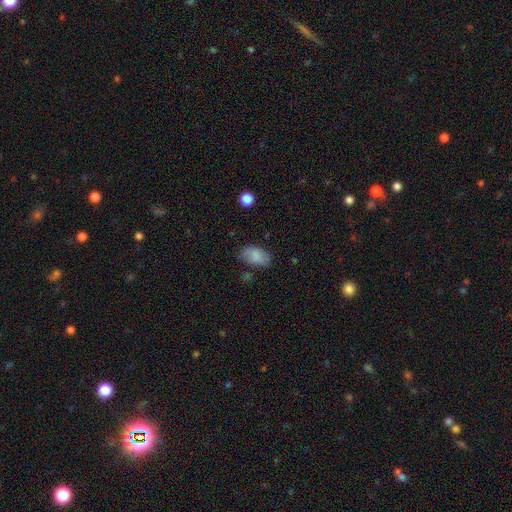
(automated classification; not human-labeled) smooth-or-featured: smooth: 81% | featured or disk: 11% | star or artifact: 8%
  how-rounded: in between: 91% | round: 7% | cigar-shaped: 2%
  merging: none: 69% | minor disturbance: 22% | major disturbance: 6% | merger: 3%